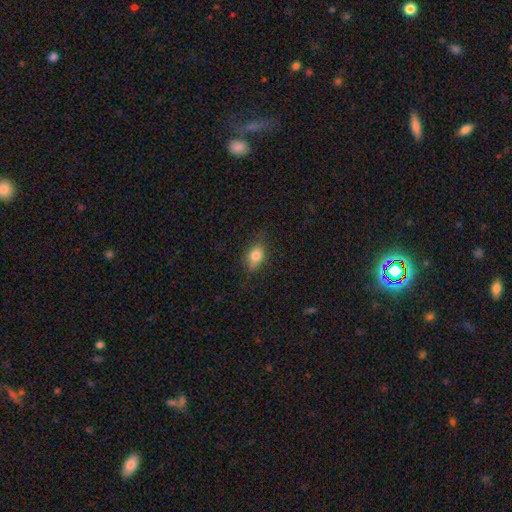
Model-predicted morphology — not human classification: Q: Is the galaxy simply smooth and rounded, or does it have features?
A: smooth — 74%.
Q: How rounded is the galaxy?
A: in between — 72%.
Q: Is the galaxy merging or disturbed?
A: none — 72%.